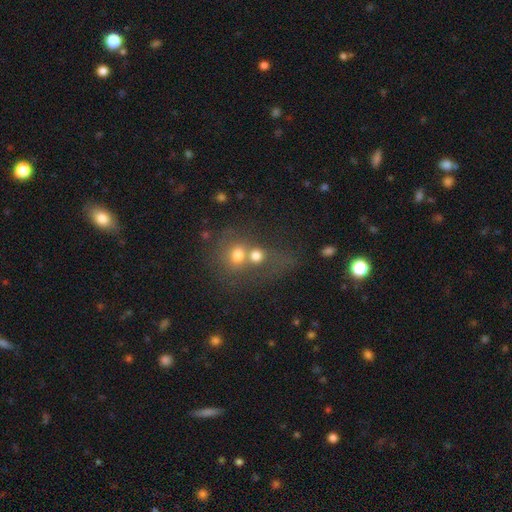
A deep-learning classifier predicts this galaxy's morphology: Overall: smooth (68%). How rounded: round (76%). Merging: merger (59%; none 28%).